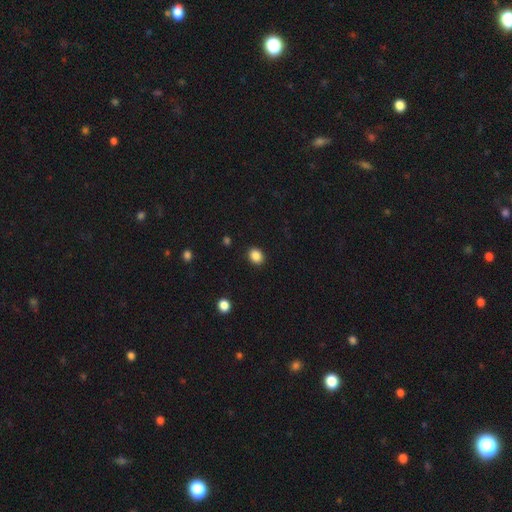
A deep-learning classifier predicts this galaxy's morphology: This appears to be a smooth galaxy with no disk features (87%) that is round (53%). Merging: none (90%).